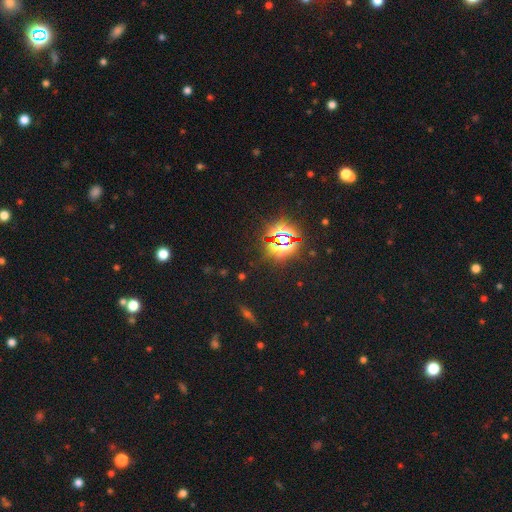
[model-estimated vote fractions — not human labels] Smooth or featured: star or artifact — 76% (smooth — 17%)